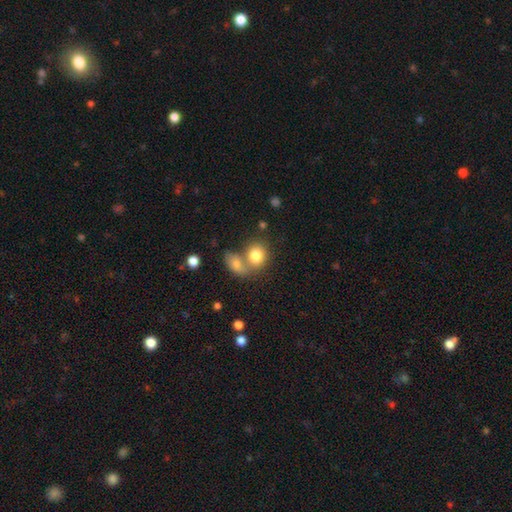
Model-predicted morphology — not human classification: This is clearly a smooth galaxy (80%). How rounded: likely round (61%). Merging: possibly merger (51%).